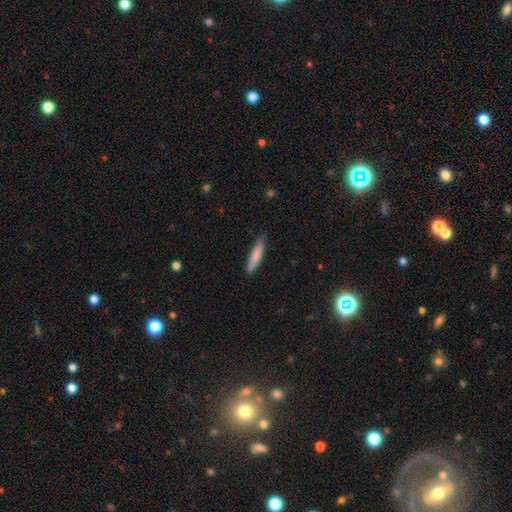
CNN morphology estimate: Smooth or featured? Predicted: smooth (p=0.80). How rounded? Predicted: cigar-shaped (p=0.88). Merging? Predicted: none (p=0.83).